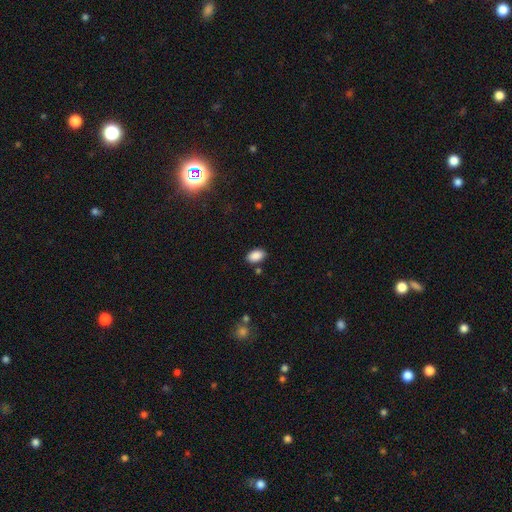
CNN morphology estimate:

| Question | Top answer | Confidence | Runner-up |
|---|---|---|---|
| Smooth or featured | smooth | 88% | star or artifact (8%) |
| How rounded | in between | 92% | round (6%) |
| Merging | none | 84% | minor disturbance (11%) |